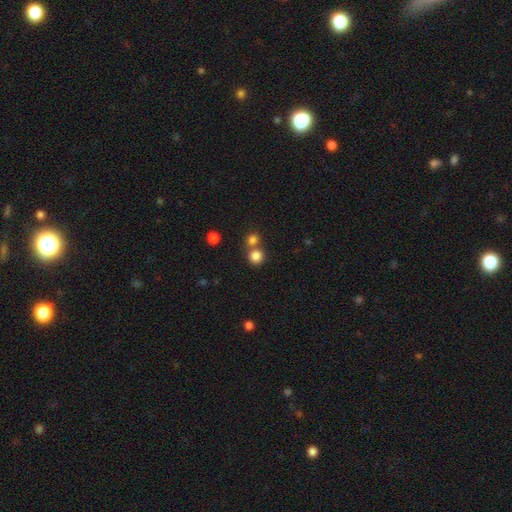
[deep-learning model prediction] Morphology: type=smooth (83%); roundness=round (91%); merging=none (61%).